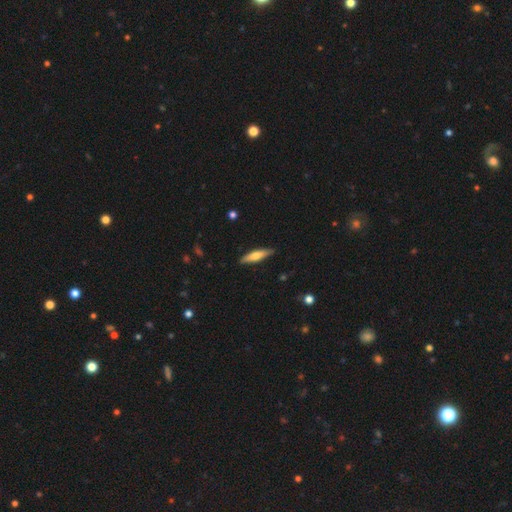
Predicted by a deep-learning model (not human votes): Q: Smooth or featured?
A: smooth (60%); runner-up: featured or disk (34%)
Q: How rounded?
A: cigar-shaped (79%); runner-up: in between (20%)
Q: Merging?
A: none (87%); runner-up: minor disturbance (10%)